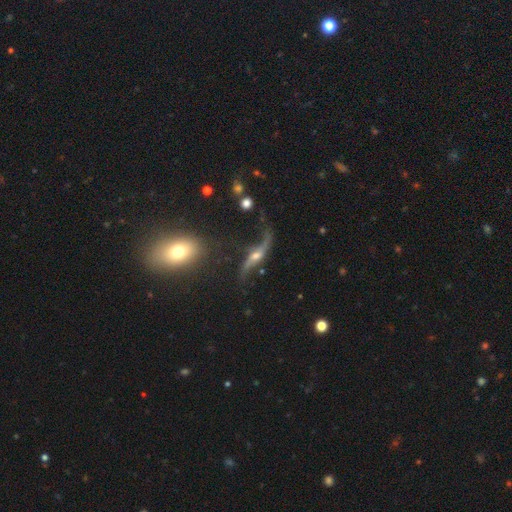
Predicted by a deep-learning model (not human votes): smooth-or-featured: featured or disk: 84% | smooth: 8% | star or artifact: 8%
  disk-edge-on: no: 75% | yes: 25%
    bar: no: 50% | weak: 30% | strong: 20%
    has-spiral-arms: yes: 93% | no: 7%
      spiral-winding: loose: 93% | medium: 5% | tight: 2%
      spiral-arm-count: 2: 91% | 1: 4% | can't tell: 2% | 3: 1% | 4: 1% | more than 4: 1%
    bulge-size: moderate: 47% | small: 43% | large: 5% | none: 4% | dominant: 2%
  merging: none: 60% | minor disturbance: 19% | major disturbance: 16% | merger: 5%